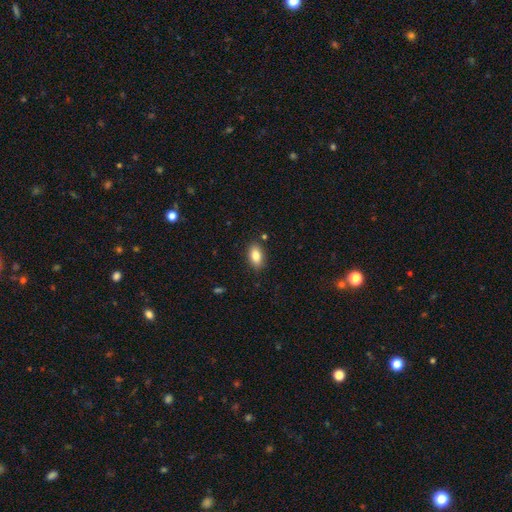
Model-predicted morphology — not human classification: A smooth galaxy with no disk features (83%) that is in between round and cigar-shaped (90%). Merging: none (86%).